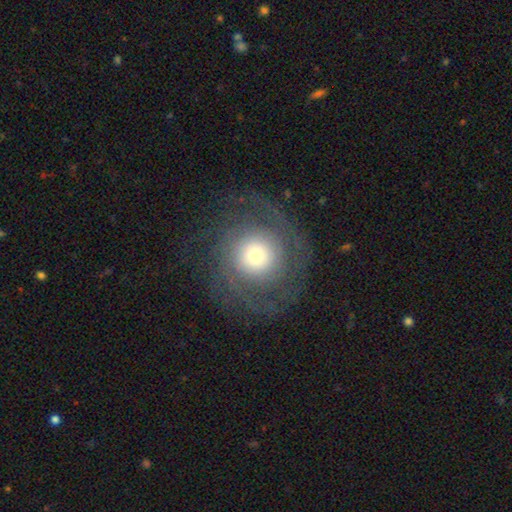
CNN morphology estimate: smooth-or-featured: featured or disk: 62% | smooth: 28% | star or artifact: 10%
  disk-edge-on: no: 96% | yes: 4%
    bar: no: 85% | weak: 11% | strong: 4%
    has-spiral-arms: yes: 84% | no: 16%
      spiral-winding: tight: 59% | medium: 27% | loose: 14%
      spiral-arm-count: can't tell: 32% | 2: 29% | 3: 12% | 1: 9% | 4: 9% | more than 4: 9%
    bulge-size: large: 31% | moderate: 30% | small: 25% | dominant: 12% | none: 2%
  merging: none: 76% | major disturbance: 13% | minor disturbance: 11% | merger: 1%